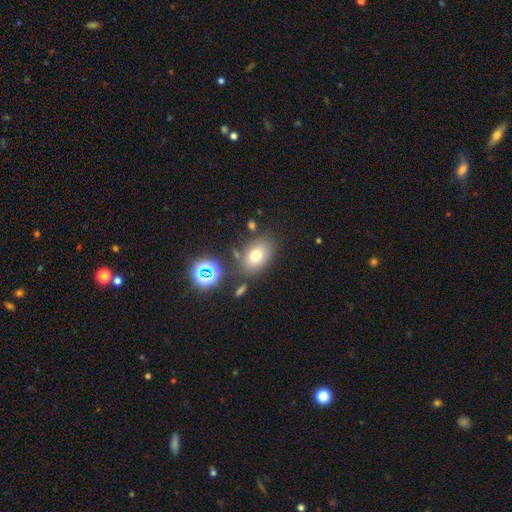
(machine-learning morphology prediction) Smooth or featured: smooth — 71% (star or artifact — 15%)
How rounded: in between — 77% (round — 22%)
Merging: none — 74% (minor disturbance — 13%)